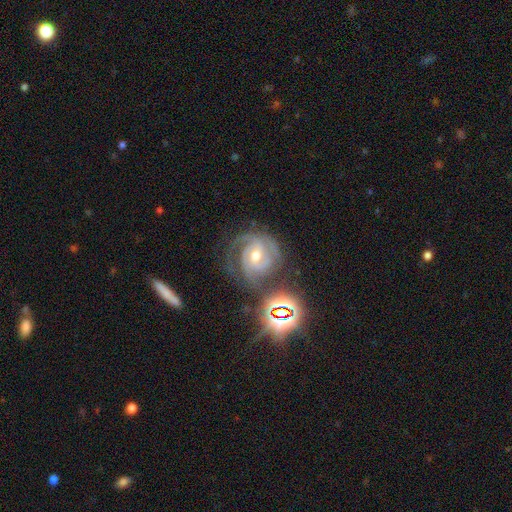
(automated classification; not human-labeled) Smooth or featured?
  - featured or disk: 84% *
  - star or artifact: 10%
  - smooth: 7%
Edge-on disk?
  - no: 98% *
  - yes: 2%
Bar?
  - weak: 43% *
  - no: 39%
  - strong: 18%
Spiral arms?
  - yes: 97% *
  - no: 3%
Spiral winding?
  - tight: 61% *
  - medium: 34%
  - loose: 6%
Spiral arm count?
  - 3: 39% *
  - 2: 33%
  - can't tell: 14%
  - 4: 6%
  - 1: 5%
  - more than 4: 4%
Bulge size?
  - moderate: 68% *
  - small: 27%
  - large: 3%
  - none: 1%
  - dominant: 1%
Merging?
  - none: 62% *
  - minor disturbance: 20%
  - major disturbance: 12%
  - merger: 6%